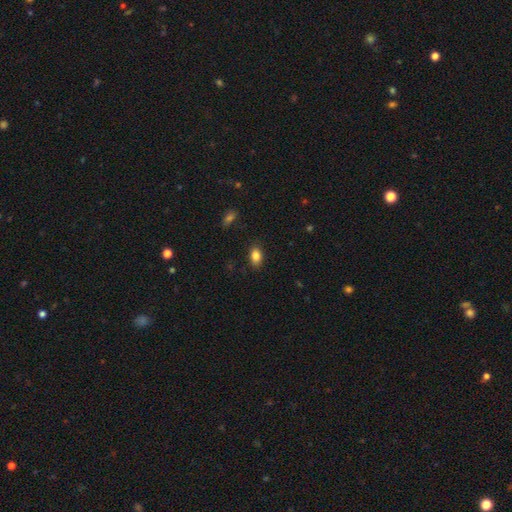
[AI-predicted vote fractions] smooth-or-featured: smooth: 85% | star or artifact: 9% | featured or disk: 6%
  how-rounded: in between: 86% | round: 12% | cigar-shaped: 2%
  merging: none: 86% | minor disturbance: 11% | major disturbance: 3% | merger: 1%